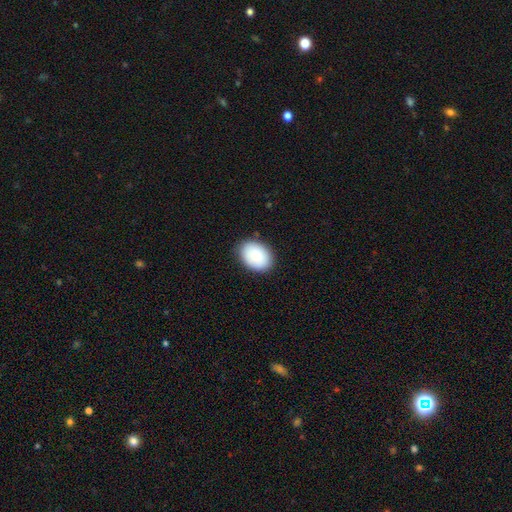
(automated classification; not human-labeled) smooth-or-featured: smooth: 84% | featured or disk: 10% | star or artifact: 6%
  how-rounded: in between: 74% | round: 25% | cigar-shaped: 1%
  merging: none: 86% | minor disturbance: 11% | major disturbance: 2% | merger: 1%